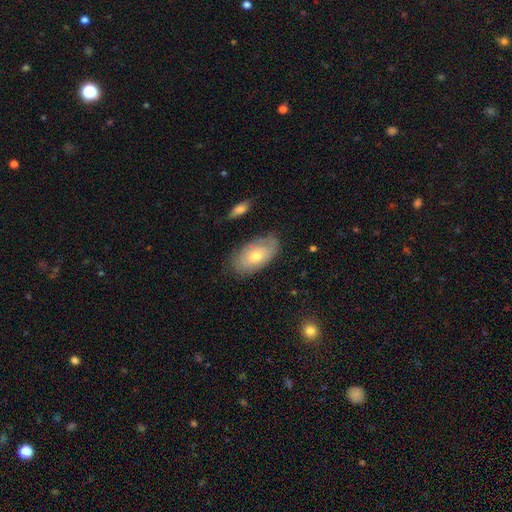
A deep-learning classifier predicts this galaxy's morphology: The model was most divided on "smooth or featured": smooth: 55%, featured or disk: 38%, star or artifact: 7%. More confident: how rounded — in between (93%); merging — none (73%).